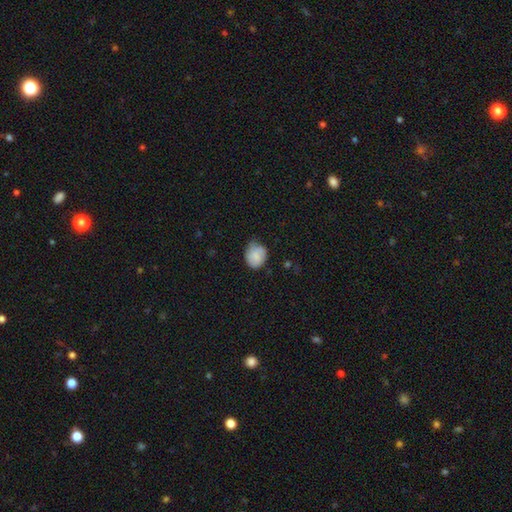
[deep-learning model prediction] Smooth or featured?
  - smooth: 79% *
  - featured or disk: 14%
  - star or artifact: 7%
How rounded?
  - round: 59% *
  - in between: 40%
  - cigar-shaped: 1%
Merging?
  - none: 53% *
  - minor disturbance: 38%
  - major disturbance: 7%
  - merger: 2%